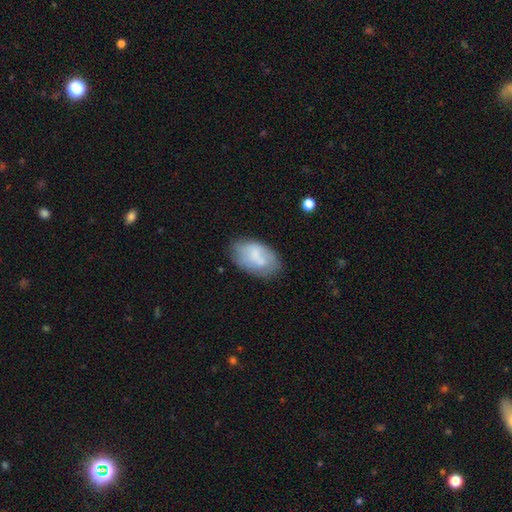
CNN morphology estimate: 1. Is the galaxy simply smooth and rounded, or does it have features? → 67% smooth, 25% featured or disk, 7% star or artifact.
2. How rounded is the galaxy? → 92% in between, 7% round, 1% cigar-shaped.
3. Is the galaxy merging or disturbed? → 59% none, 24% minor disturbance, 9% merger, 8% major disturbance.